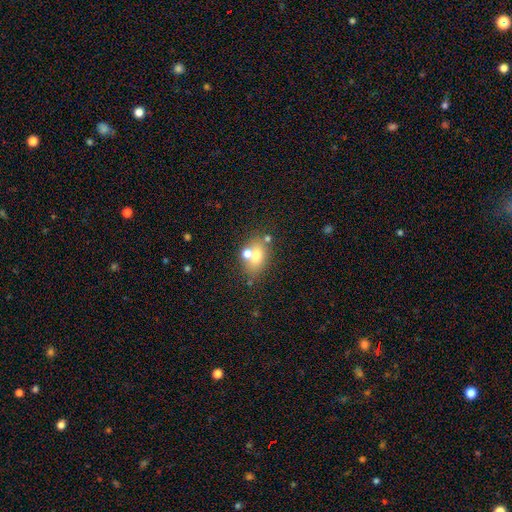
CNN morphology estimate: This appears to be a smooth galaxy with no disk features (65%) that is in between round and cigar-shaped (71%). Merging: none (55%).